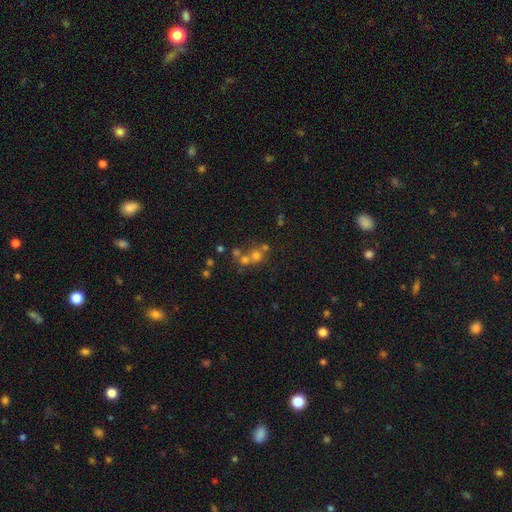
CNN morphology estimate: type=smooth (56%); roundness=round (84%); merging=merger (45%).